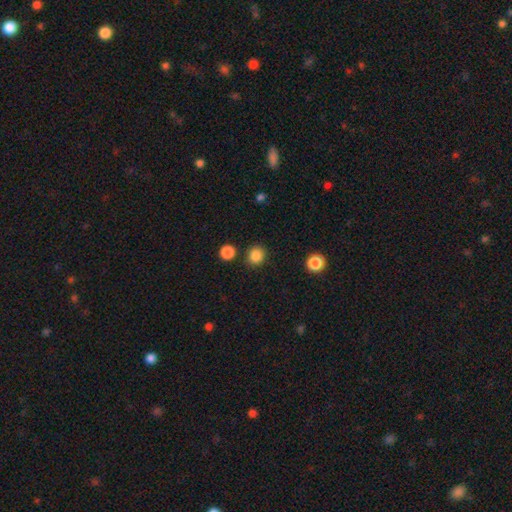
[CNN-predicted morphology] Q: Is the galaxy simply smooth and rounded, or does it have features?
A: smooth — 85%.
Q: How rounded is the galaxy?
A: round — 86%.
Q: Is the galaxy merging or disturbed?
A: none — 87%.